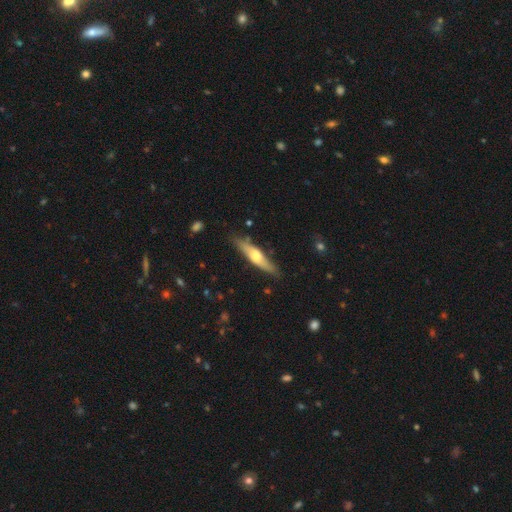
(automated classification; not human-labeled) This is possibly a featured or disk galaxy (53%). It is clearly viewed edge-on (91%). Merging: clearly none (84%).